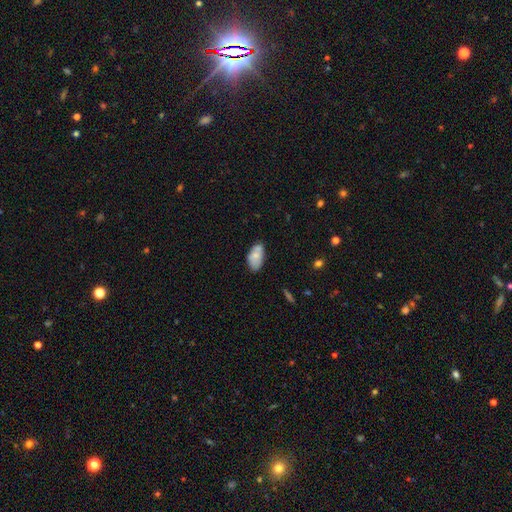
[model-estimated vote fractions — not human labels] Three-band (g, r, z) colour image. It shows a smooth galaxy with no disk features (73%) that is in between round and cigar-shaped (94%). Merging: none (63%).